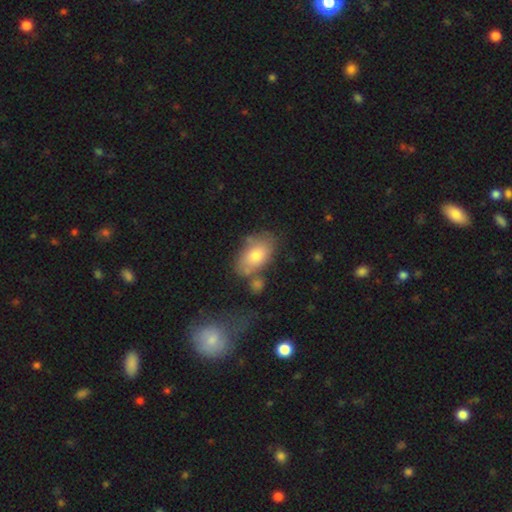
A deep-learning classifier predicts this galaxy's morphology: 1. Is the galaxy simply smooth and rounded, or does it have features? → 73% smooth, 19% featured or disk, 7% star or artifact.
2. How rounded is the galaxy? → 91% in between, 7% round, 2% cigar-shaped.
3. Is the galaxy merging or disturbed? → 58% none, 20% minor disturbance, 15% merger, 7% major disturbance.